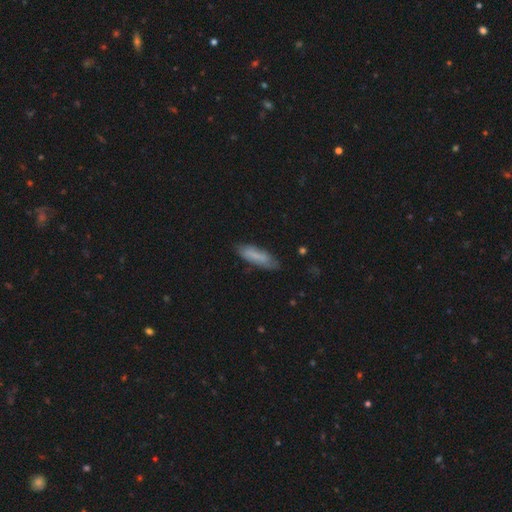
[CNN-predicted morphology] smooth_or_featured: smooth (p=0.75) [alt: featured or disk p=0.19]
how_rounded: cigar-shaped (p=0.53) [alt: in between p=0.45]
merging: none (p=0.72) [alt: minor disturbance p=0.22]